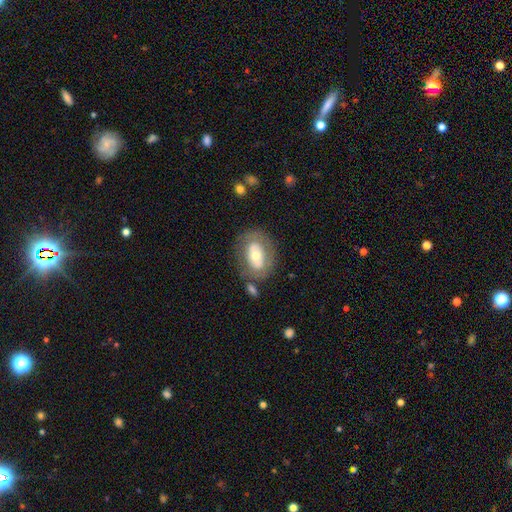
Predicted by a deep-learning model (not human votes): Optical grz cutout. It shows a featured or disk galaxy (48%). Merging: none (66%).